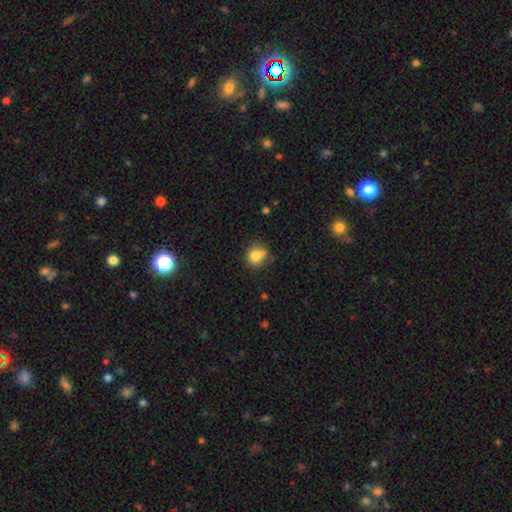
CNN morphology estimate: This appears to be a smooth galaxy with no disk features (77%) that is round (74%). Merging: none (50%).